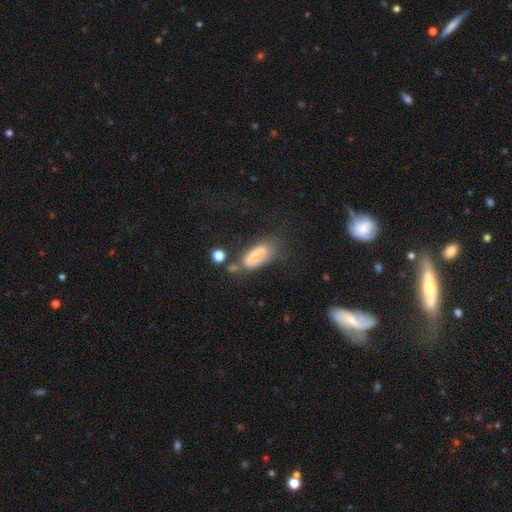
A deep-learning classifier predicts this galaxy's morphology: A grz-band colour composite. It shows a smooth galaxy with no disk features (60%) that is in between round and cigar-shaped (82%). Merging: none (32%).